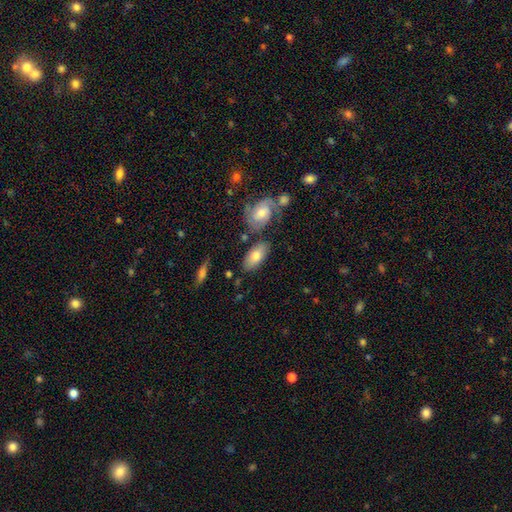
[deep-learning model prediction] smooth_or_featured: smooth (p=0.74) [alt: featured or disk p=0.20]
how_rounded: in between (p=0.91) [alt: cigar-shaped p=0.06]
merging: none (p=0.73) [alt: minor disturbance p=0.14]